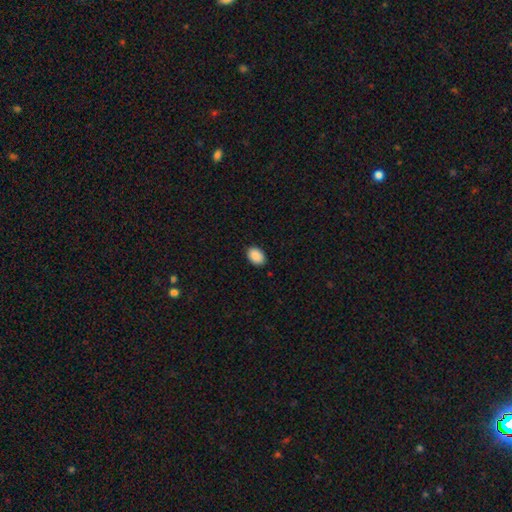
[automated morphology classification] smooth 91%, star or artifact 7%, featured or disk 2%. Down the decision tree: how rounded — in between (84%); merging — none (89%).